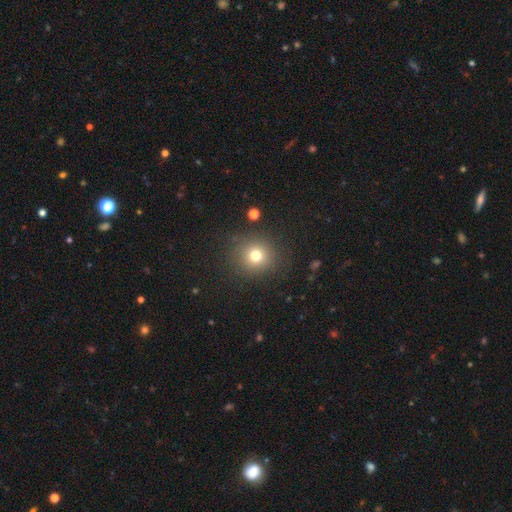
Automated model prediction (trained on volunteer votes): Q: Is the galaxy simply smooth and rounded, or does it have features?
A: smooth — 75%.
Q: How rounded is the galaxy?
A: round — 90%.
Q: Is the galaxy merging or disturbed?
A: none — 87%.